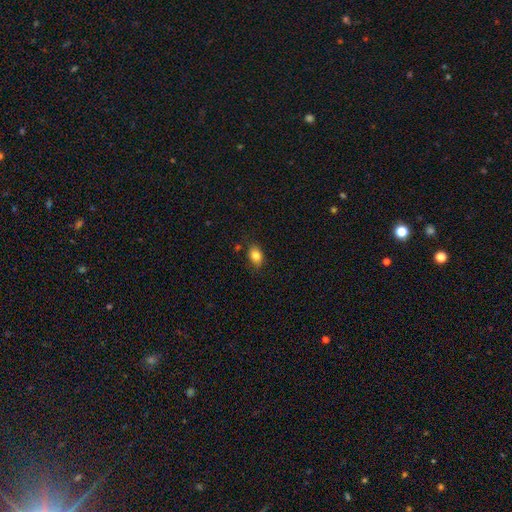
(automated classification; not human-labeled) This appears to be a smooth galaxy with no disk features (82%) that is in between round and cigar-shaped (78%). Merging: none (81%).